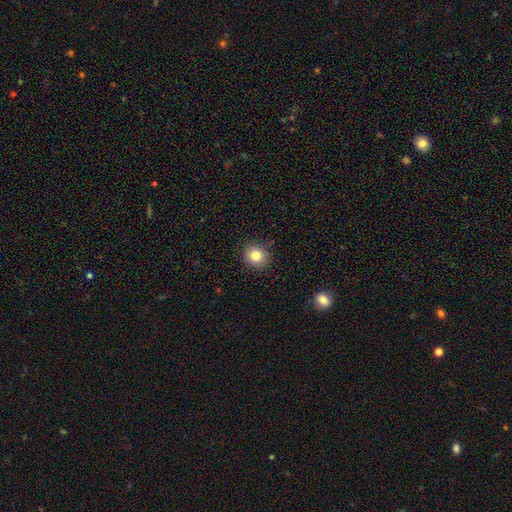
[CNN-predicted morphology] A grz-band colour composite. It shows a smooth galaxy with no disk features (81%) that is round (85%). Merging: none (89%).